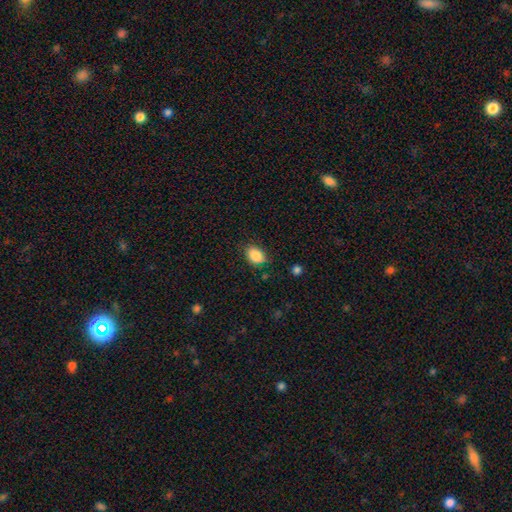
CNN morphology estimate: A smooth galaxy with no disk features (87%) that is in between round and cigar-shaped (78%). Merging: none (81%).